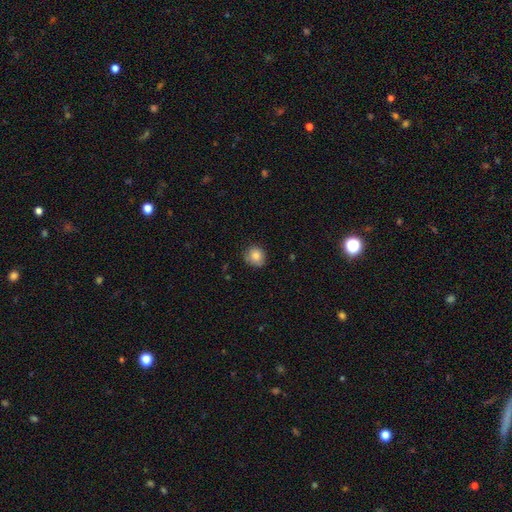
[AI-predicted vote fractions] This is clearly a smooth galaxy (85%). How rounded: clearly round (84%). Merging: likely none (79%).